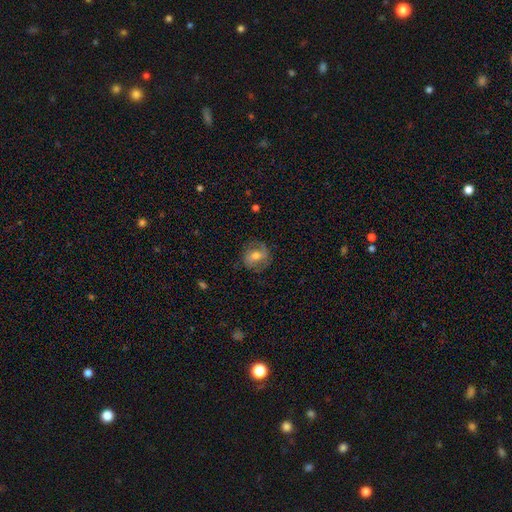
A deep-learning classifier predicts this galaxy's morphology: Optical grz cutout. It shows a featured or disk galaxy (47%). Merging: none (76%).